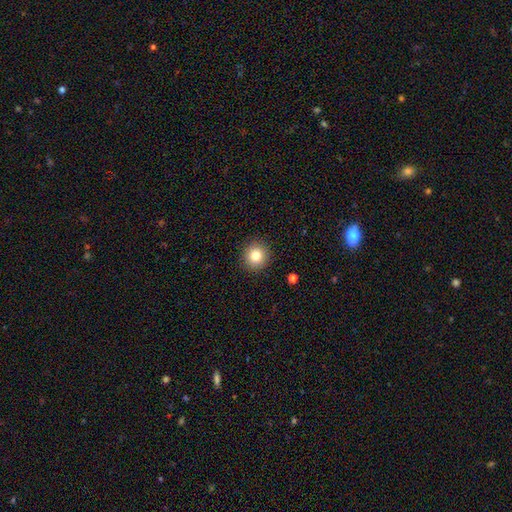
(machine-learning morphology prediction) smooth-or-featured: smooth: 81% | star or artifact: 11% | featured or disk: 8%
  how-rounded: round: 93% | in between: 6% | cigar-shaped: 1%
  merging: none: 92% | minor disturbance: 5% | major disturbance: 2% | merger: 1%